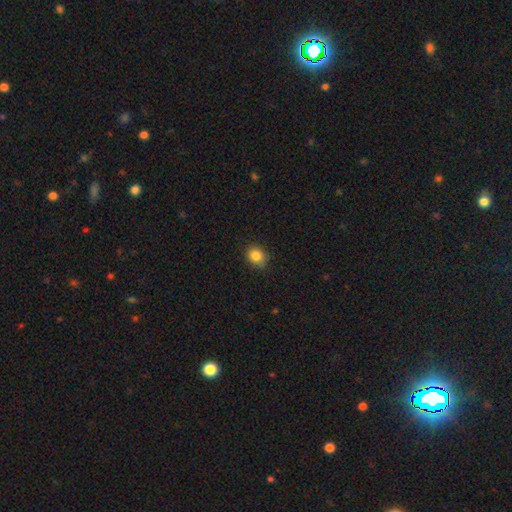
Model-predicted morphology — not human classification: This appears to be a smooth galaxy with no disk features (85%) that is round (72%). Merging: none (79%).